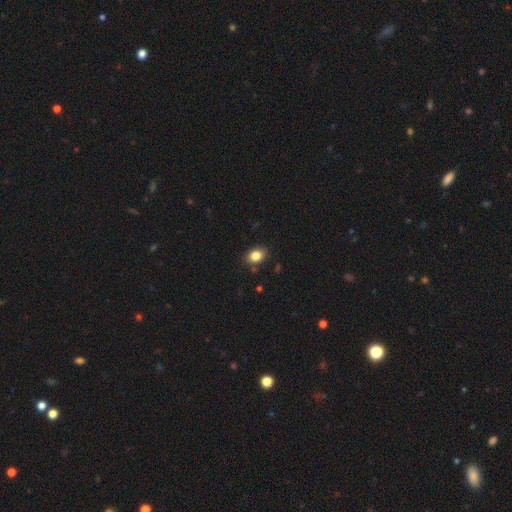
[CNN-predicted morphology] This is clearly a smooth galaxy (84%). How rounded: likely in between (62%). Merging: clearly none (82%).